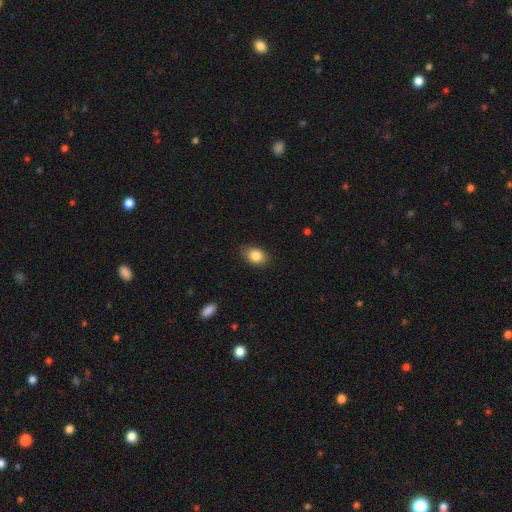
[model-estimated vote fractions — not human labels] Smooth or featured?
  - smooth: 86% *
  - star or artifact: 9%
  - featured or disk: 6%
How rounded?
  - in between: 70% *
  - round: 28%
  - cigar-shaped: 1%
Merging?
  - none: 85% *
  - minor disturbance: 12%
  - major disturbance: 3%
  - merger: 1%